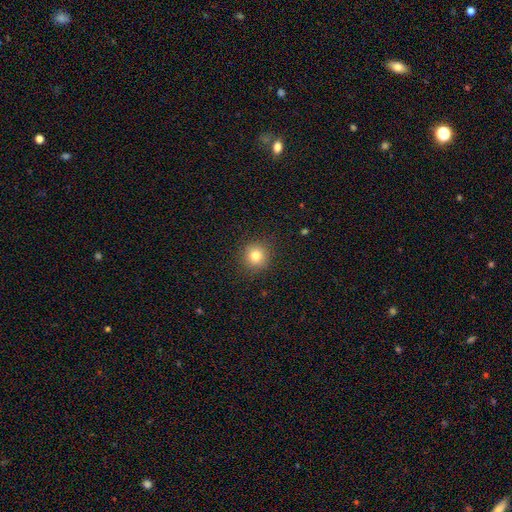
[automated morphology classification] This appears to be a smooth galaxy with no disk features (80%) that is round (92%). Merging: none (90%).